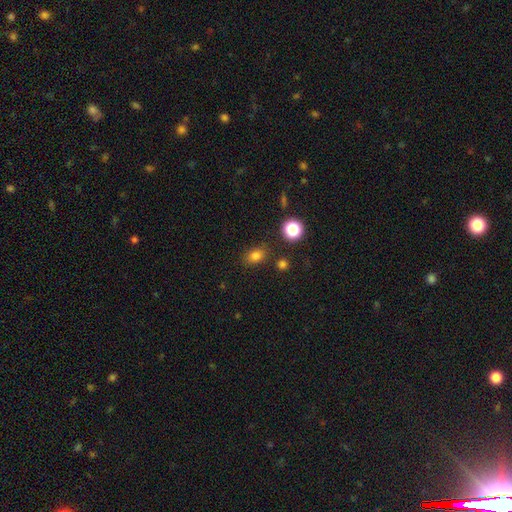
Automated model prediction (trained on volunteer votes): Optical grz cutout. It shows a smooth galaxy with no disk features (79%) that is in between round and cigar-shaped (64%). Merging: none (79%).